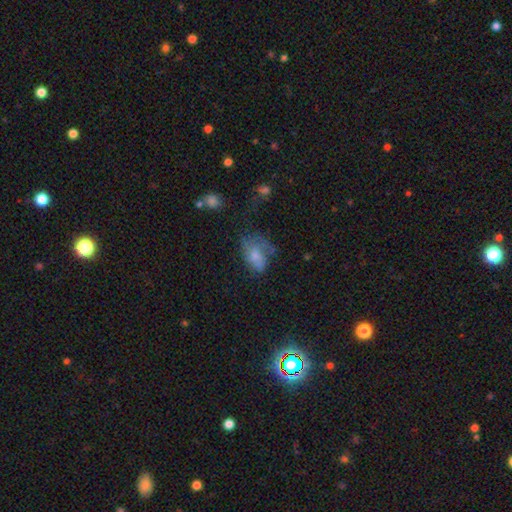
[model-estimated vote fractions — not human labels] Morphology: type=smooth (62%); roundness=in between (86%); merging=none (35%).